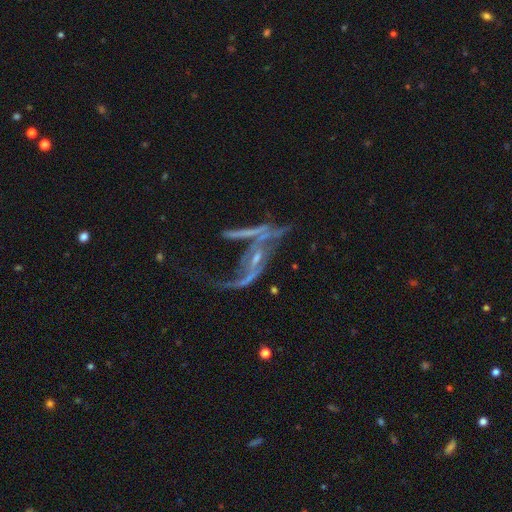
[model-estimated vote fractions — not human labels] smooth-or-featured: featured or disk: 72% | star or artifact: 18% | smooth: 10%
  disk-edge-on: no: 88% | yes: 12%
    bar: no: 62% | weak: 23% | strong: 14%
    has-spiral-arms: yes: 62% | no: 38%
    bulge-size: small: 55% | none: 27% | moderate: 15% | large: 2% | dominant: 2%
  merging: major disturbance: 39% | none: 27% | merger: 22% | minor disturbance: 12%